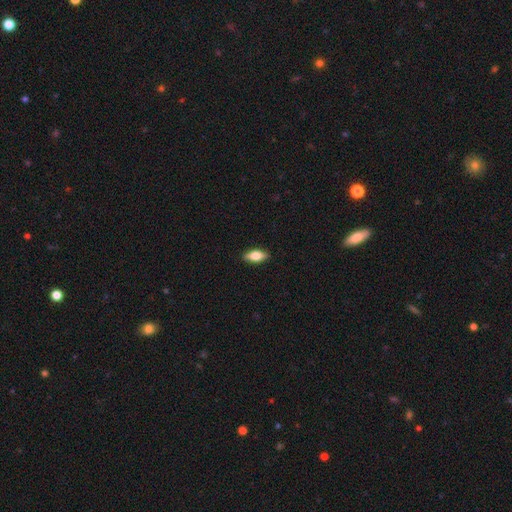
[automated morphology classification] Q: Smooth or featured?
A: smooth (70%); runner-up: featured or disk (23%)
Q: How rounded?
A: in between (79%); runner-up: cigar-shaped (18%)
Q: Merging?
A: none (89%); runner-up: minor disturbance (8%)